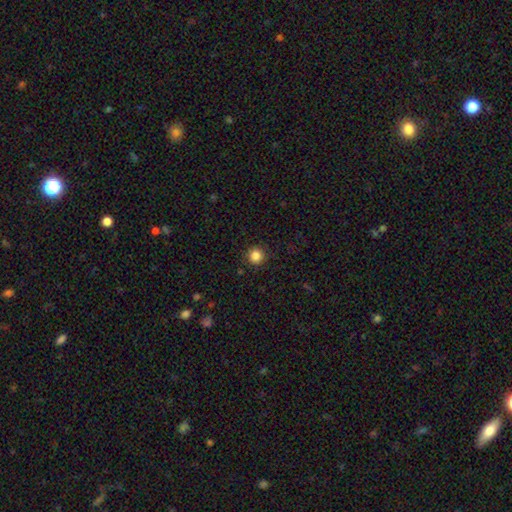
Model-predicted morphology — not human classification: Smooth or featured: smooth — 85% (star or artifact — 11%)
How rounded: round — 95% (in between — 4%)
Merging: none — 91% (minor disturbance — 6%)